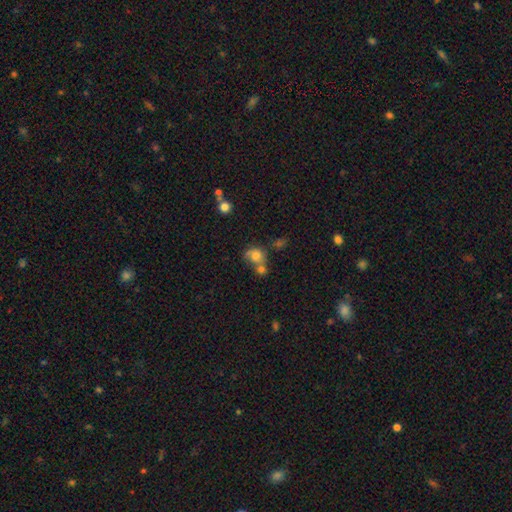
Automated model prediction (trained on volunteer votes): A smooth galaxy with no disk features (72%) that is round (67%). Merging: merger (41%).